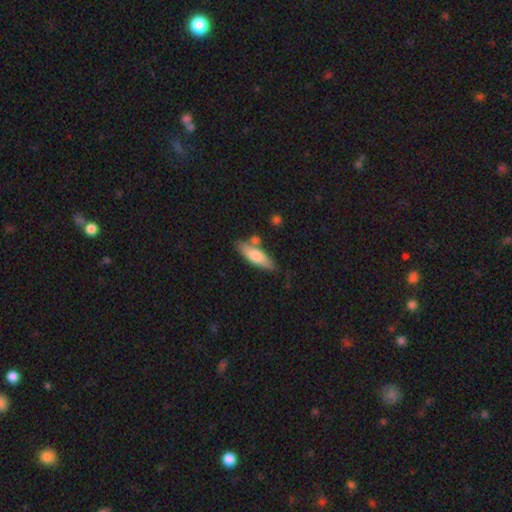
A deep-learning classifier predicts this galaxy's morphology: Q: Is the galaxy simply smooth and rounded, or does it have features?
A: smooth — 70%.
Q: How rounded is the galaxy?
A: cigar-shaped — 50%.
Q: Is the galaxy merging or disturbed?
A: none — 71%.